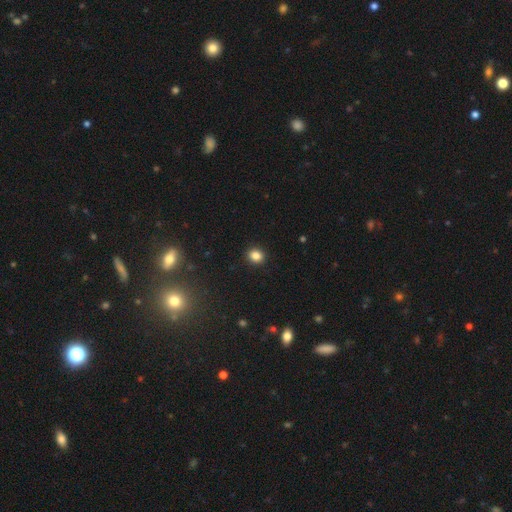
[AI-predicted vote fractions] smooth 85%, star or artifact 11%, featured or disk 4%. Down the decision tree: how rounded — round (72%); merging — none (91%).